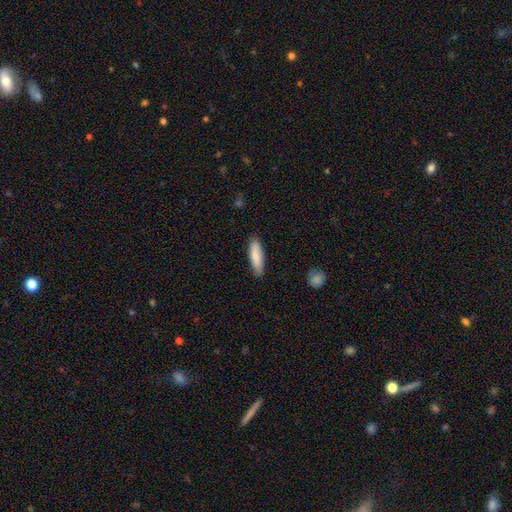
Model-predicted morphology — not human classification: smooth-or-featured: smooth: 81% | featured or disk: 13% | star or artifact: 6%
  how-rounded: cigar-shaped: 65% | in between: 33% | round: 1%
  merging: none: 85% | minor disturbance: 12% | major disturbance: 2% | merger: 1%